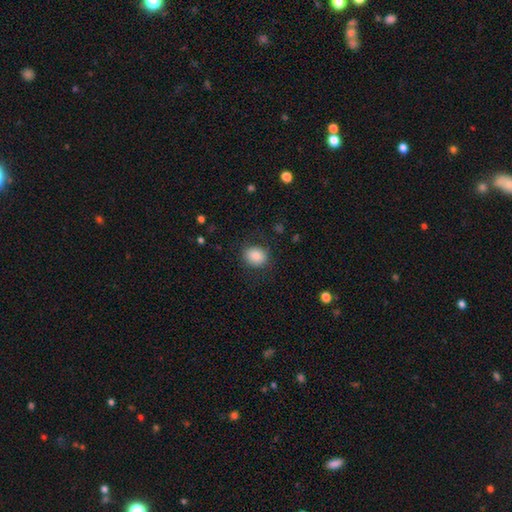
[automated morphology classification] type=smooth (84%); roundness=round (60%); merging=none (83%).